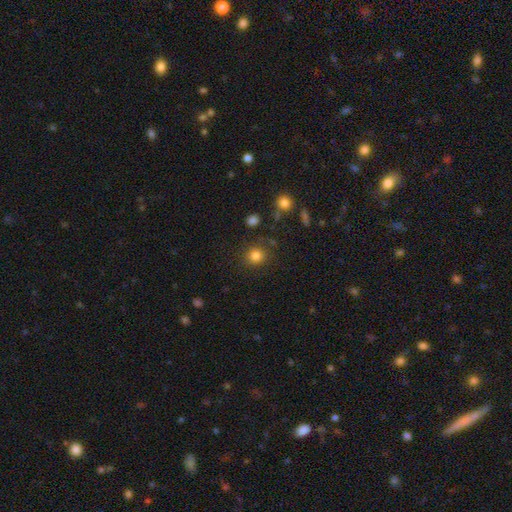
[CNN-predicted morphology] A smooth galaxy with no disk features (82%) that is round (88%).

Vote fractions:
- Smooth or featured? smooth: 82% / star or artifact: 13% / featured or disk: 5%
- How rounded? round: 88% / in between: 11% / cigar-shaped: 1%
- Merging? none: 84% / minor disturbance: 9% / major disturbance: 4% / merger: 3%